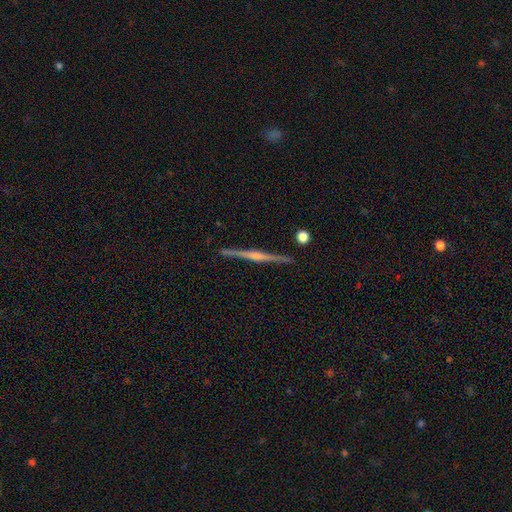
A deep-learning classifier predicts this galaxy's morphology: type=featured or disk (80%); edge-on=yes (98%); edge-on bulge=rounded (67%); merging=none (91%).